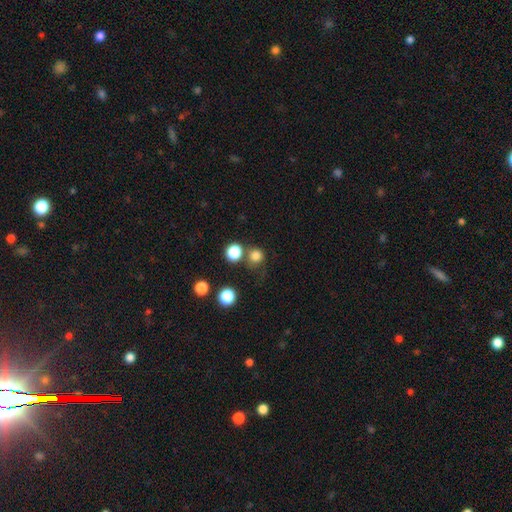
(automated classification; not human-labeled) Morphology: type=smooth (80%); roundness=round (91%); merging=none (68%).